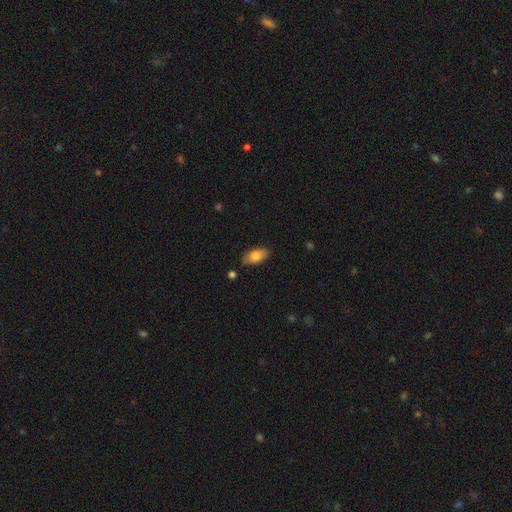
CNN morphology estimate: type=smooth (81%); roundness=in between (92%); merging=none (81%).